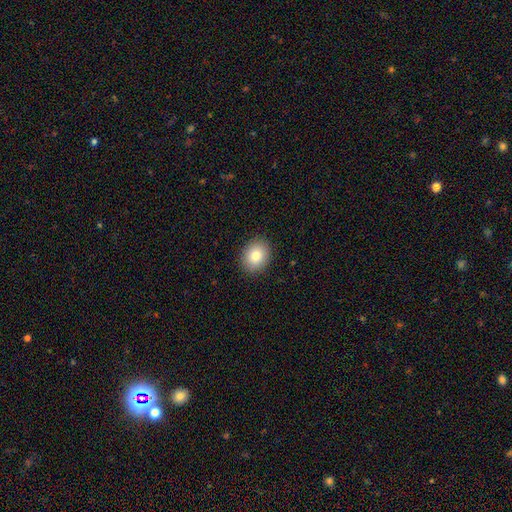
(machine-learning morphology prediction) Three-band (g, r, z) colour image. It shows a smooth galaxy with no disk features (83%) that is round (54%). Merging: none (90%).